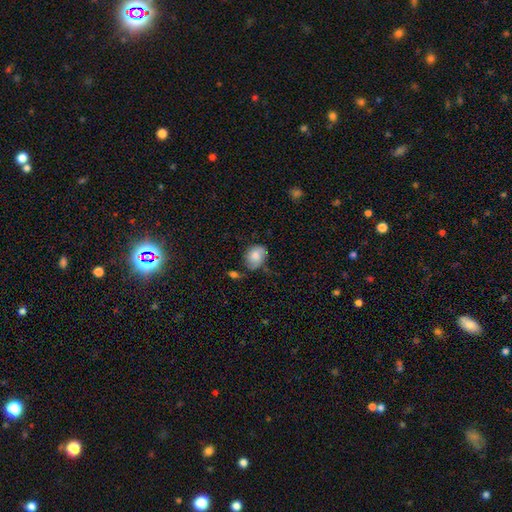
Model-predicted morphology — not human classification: smooth_or_featured: smooth (p=0.73) [alt: featured or disk p=0.19]
how_rounded: in between (p=0.62) [alt: round p=0.37]
merging: none (p=0.51) [alt: minor disturbance p=0.33]